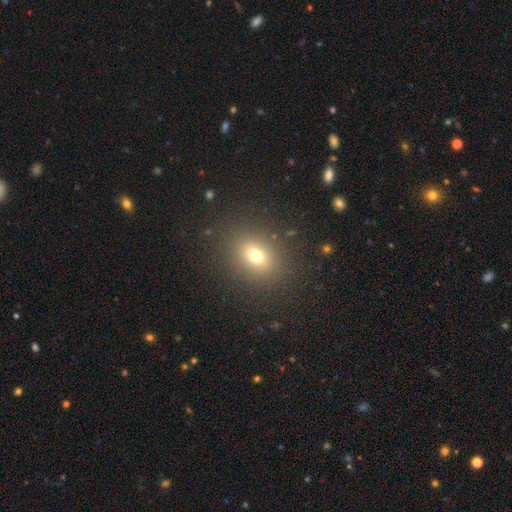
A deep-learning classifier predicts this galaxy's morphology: Smooth or featured? Predicted: smooth (p=0.70). How rounded? Predicted: round (p=0.53). Merging? Predicted: none (p=0.86).